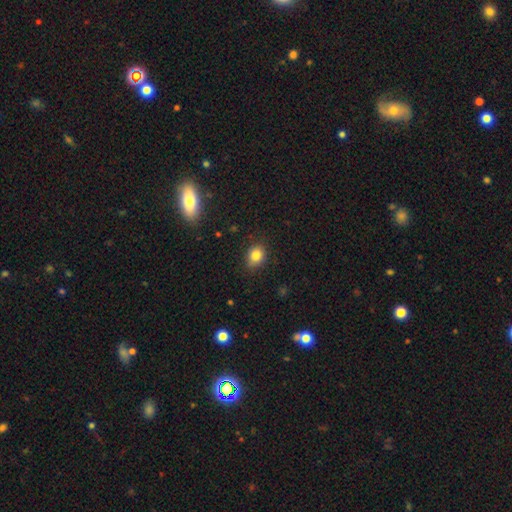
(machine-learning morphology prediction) Smooth or featured?
  - smooth: 83% *
  - star or artifact: 11%
  - featured or disk: 7%
How rounded?
  - in between: 49% * (tied)
  - round: 49% * (tied)
  - cigar-shaped: 1%
Merging?
  - none: 81% *
  - minor disturbance: 15%
  - major disturbance: 3%
  - merger: 1%